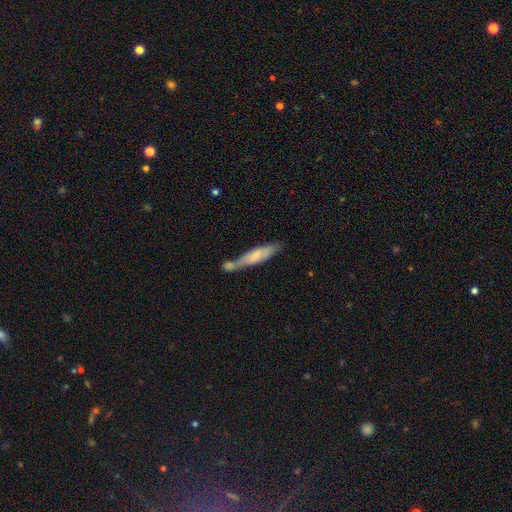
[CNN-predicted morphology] type=smooth (56%); roundness=cigar-shaped (81%); merging=merger (40%).